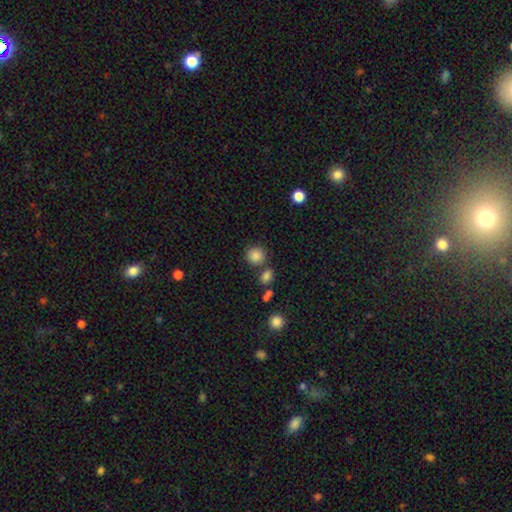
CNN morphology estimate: Smooth or featured?
  - smooth: 85% *
  - star or artifact: 10%
  - featured or disk: 5%
How rounded?
  - round: 87% *
  - in between: 12%
  - cigar-shaped: 1%
Merging?
  - none: 71% *
  - merger: 16%
  - minor disturbance: 10%
  - major disturbance: 4%